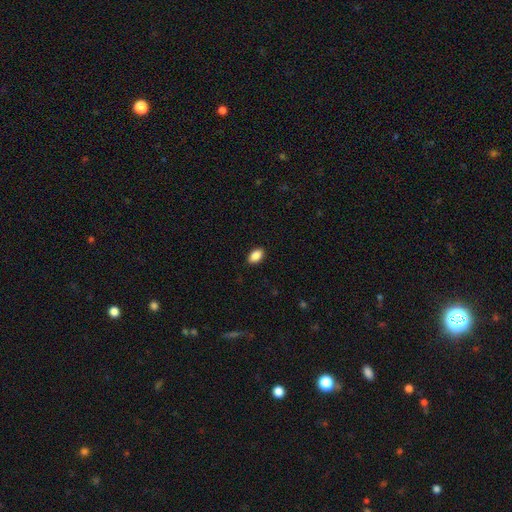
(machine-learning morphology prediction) Q: Smooth or featured?
A: smooth (89%); runner-up: star or artifact (8%)
Q: How rounded?
A: in between (90%); runner-up: round (8%)
Q: Merging?
A: none (89%); runner-up: minor disturbance (8%)